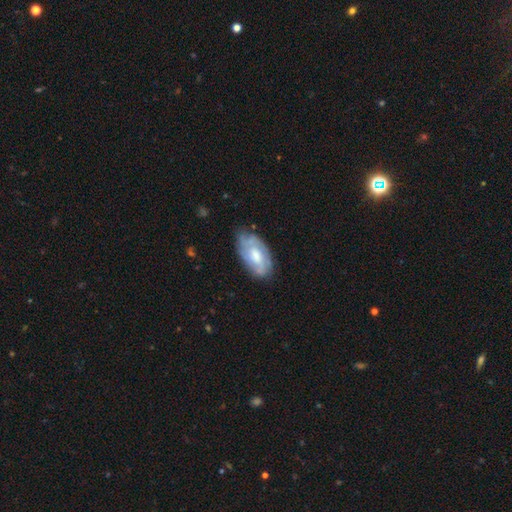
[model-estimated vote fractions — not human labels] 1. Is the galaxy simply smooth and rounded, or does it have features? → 58% featured or disk, 36% smooth, 6% star or artifact.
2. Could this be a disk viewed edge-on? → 94% no, 6% yes.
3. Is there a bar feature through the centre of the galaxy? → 58% no, 35% weak, 6% strong.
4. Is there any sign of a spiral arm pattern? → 71% yes, 29% no.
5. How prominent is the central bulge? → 53% moderate, 32% small, 9% large, 5% none, 1% dominant.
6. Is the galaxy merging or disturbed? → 64% none, 27% minor disturbance, 7% major disturbance, 2% merger.